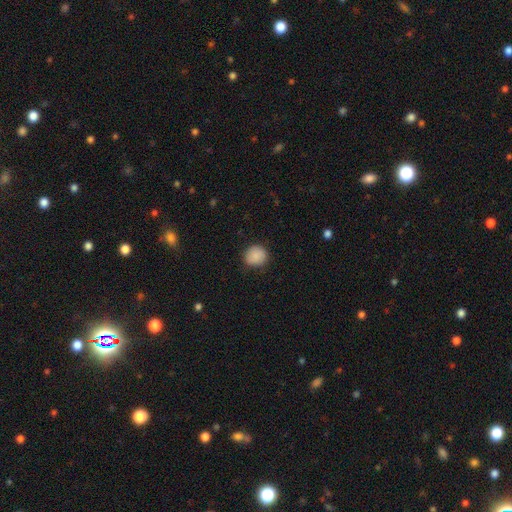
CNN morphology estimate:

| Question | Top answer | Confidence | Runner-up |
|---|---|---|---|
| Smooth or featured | smooth | 87% | star or artifact (8%) |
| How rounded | round | 85% | in between (14%) |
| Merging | none | 83% | minor disturbance (13%) |